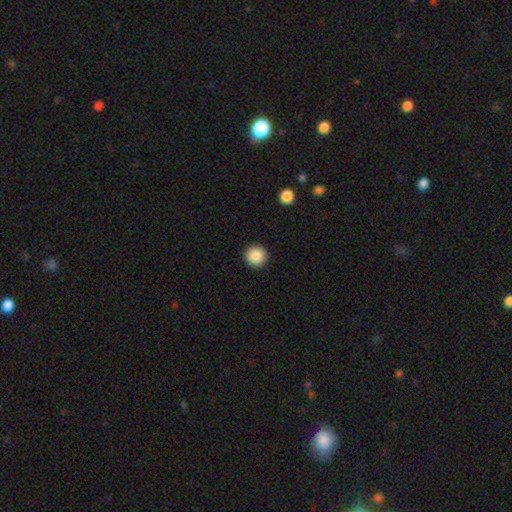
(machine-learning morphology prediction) A smooth galaxy with no disk features (88%) that is round (95%).

Vote fractions:
- Smooth or featured? smooth: 88% / star or artifact: 9% / featured or disk: 4%
- How rounded? round: 95% / in between: 4% / cigar-shaped: 1%
- Merging? none: 93% / minor disturbance: 4% / major disturbance: 2% / merger: 1%